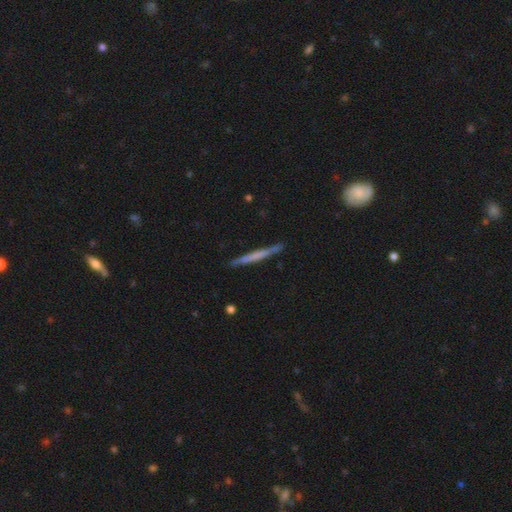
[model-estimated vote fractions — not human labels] smooth_or_featured: featured or disk (p=0.49) [alt: smooth p=0.45]
merging: none (p=0.89) [alt: minor disturbance p=0.08]